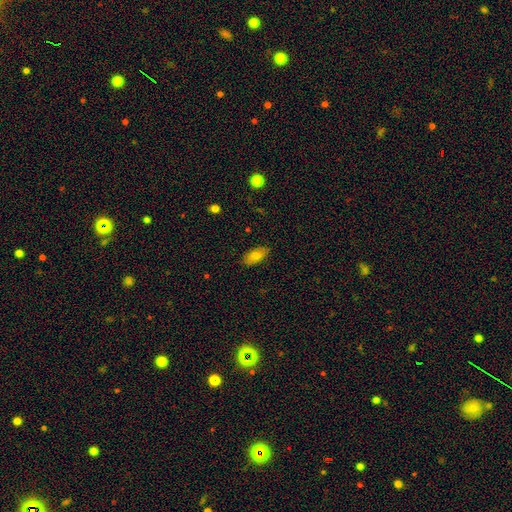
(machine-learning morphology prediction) type=smooth (75%); roundness=in between (90%); merging=none (85%).